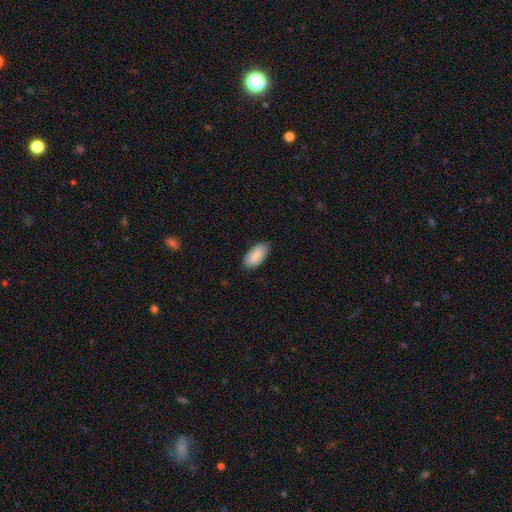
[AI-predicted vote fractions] smooth-or-featured: smooth: 89% | star or artifact: 6% | featured or disk: 5%
  how-rounded: in between: 95% | cigar-shaped: 3% | round: 2%
  merging: none: 82% | minor disturbance: 14% | major disturbance: 2% | merger: 1%